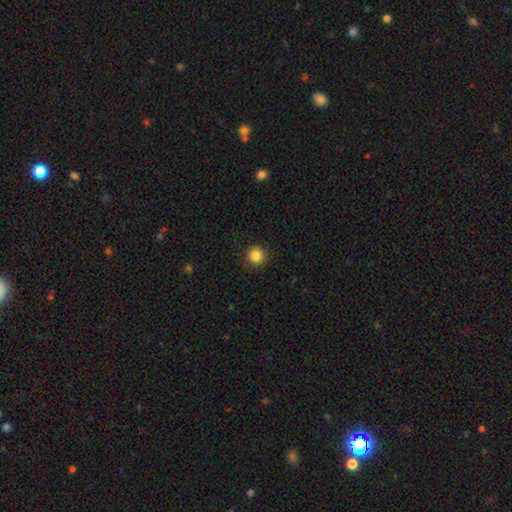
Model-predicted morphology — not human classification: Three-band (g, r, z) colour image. It shows a smooth galaxy with no disk features (85%) that is round (94%). Merging: none (91%).